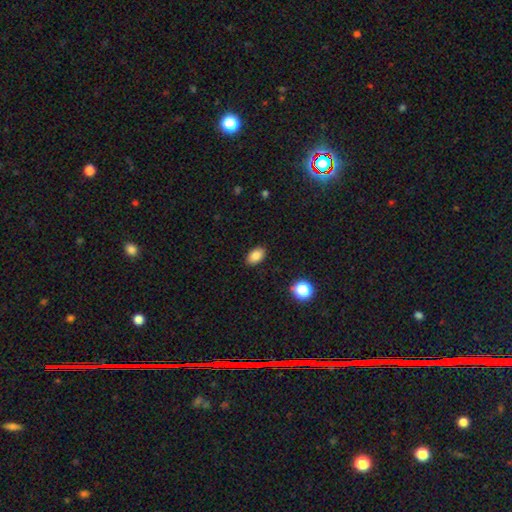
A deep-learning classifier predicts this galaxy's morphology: This is clearly a smooth galaxy (85%). How rounded: clearly in between (89%). Merging: clearly none (88%).